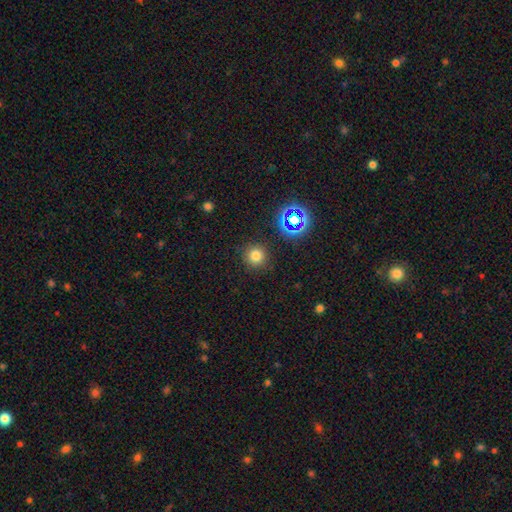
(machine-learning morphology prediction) Q: Smooth or featured?
A: smooth (75%); runner-up: star or artifact (19%)
Q: How rounded?
A: round (94%); runner-up: in between (5%)
Q: Merging?
A: none (89%); runner-up: minor disturbance (6%)